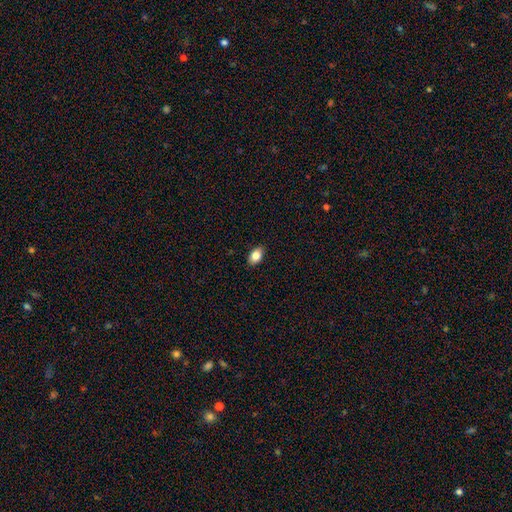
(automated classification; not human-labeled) A smooth galaxy with no disk features (84%) that is in between round and cigar-shaped (88%). Merging: none (89%).